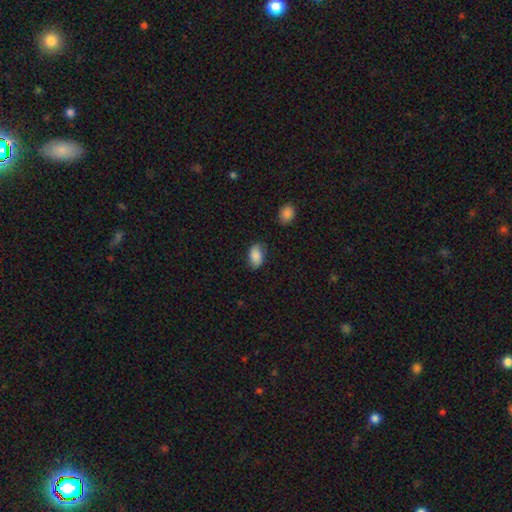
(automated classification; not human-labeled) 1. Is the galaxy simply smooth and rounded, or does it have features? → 84% smooth, 9% featured or disk, 7% star or artifact.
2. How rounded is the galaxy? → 91% in between, 8% round, 2% cigar-shaped.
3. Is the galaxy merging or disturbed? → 75% none, 19% minor disturbance, 4% major disturbance, 2% merger.